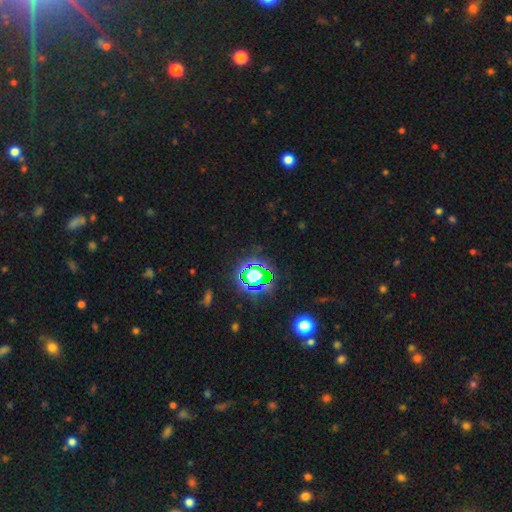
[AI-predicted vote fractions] Smooth or featured: star or artifact — 78% (smooth — 15%)